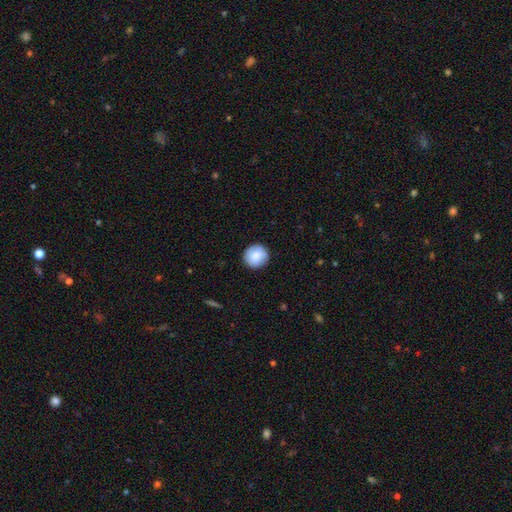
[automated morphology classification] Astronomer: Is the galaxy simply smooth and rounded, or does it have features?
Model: smooth — 83%.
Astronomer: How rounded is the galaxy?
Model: round — 94%.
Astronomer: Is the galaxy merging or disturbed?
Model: none — 88%.